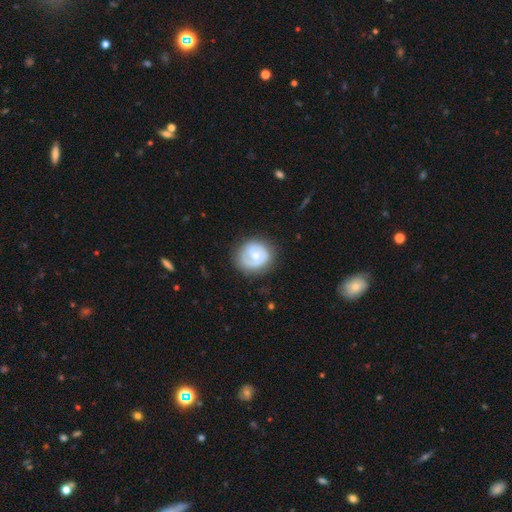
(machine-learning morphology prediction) Q: Smooth or featured?
A: featured or disk (55%); runner-up: smooth (39%)
Q: Edge-on disk?
A: no (97%); runner-up: yes (3%)
Q: Bar?
A: no (65%); runner-up: weak (30%)
Q: Spiral arms?
A: yes (68%); runner-up: no (32%)
Q: Bulge size?
A: moderate (49%); runner-up: small (44%)
Q: Merging?
A: none (72%); runner-up: minor disturbance (19%)